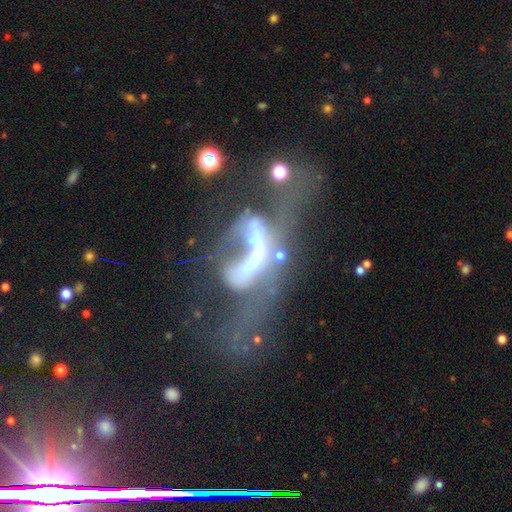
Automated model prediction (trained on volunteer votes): Smooth or featured? Predicted: featured or disk (p=0.65). Edge-on disk? Predicted: no (p=0.83). Bar? Predicted: no (p=0.54). Spiral arms? Predicted: no (p=0.73). Bulge size? Predicted: moderate (p=0.34). Merging? Predicted: major disturbance (p=0.43).